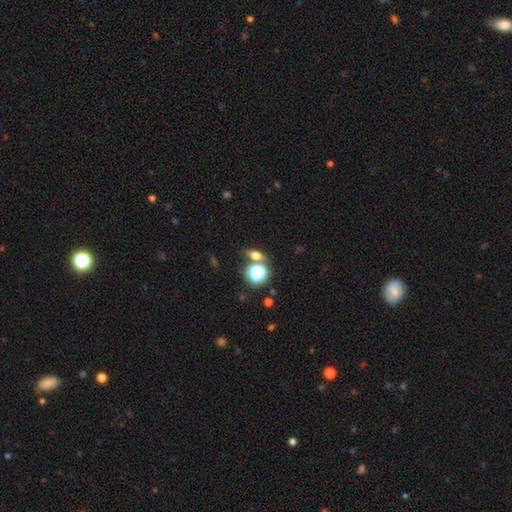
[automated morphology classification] type=smooth (51%); roundness=in between (42%); merging=none (74%).